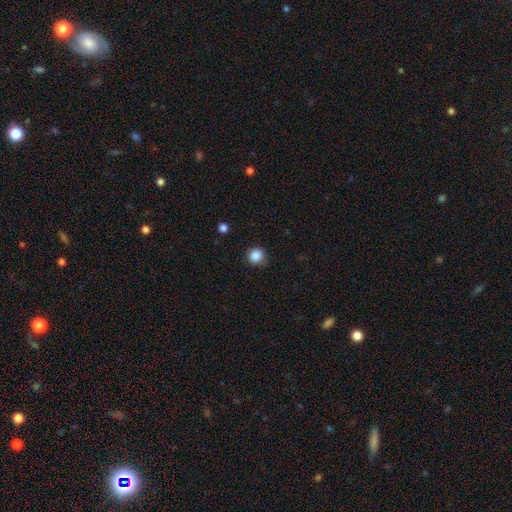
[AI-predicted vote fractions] This is clearly a smooth galaxy (86%). How rounded: clearly round (93%). Merging: clearly none (83%).